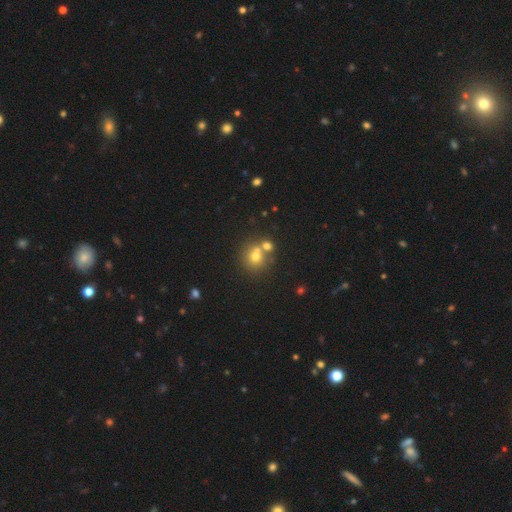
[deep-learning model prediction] A smooth galaxy with no disk features (68%) that is round (81%).

Vote fractions:
- Smooth or featured? smooth: 68% / star or artifact: 16% / featured or disk: 15%
- How rounded? round: 81% / in between: 18% / cigar-shaped: 1%
- Merging? none: 49% / merger: 39% / minor disturbance: 8% / major disturbance: 4%